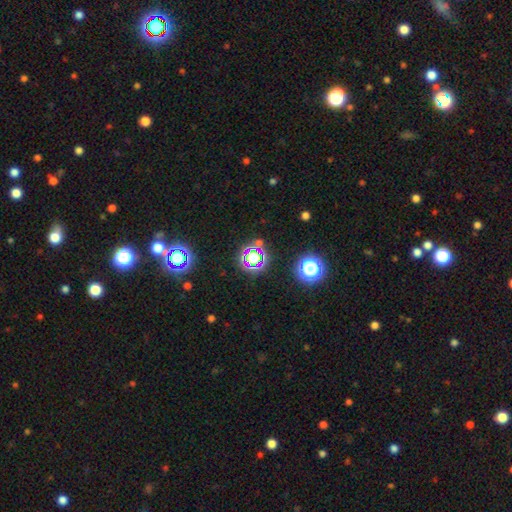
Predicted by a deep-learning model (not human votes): Smooth or featured? Predicted: star or artifact (p=0.62).